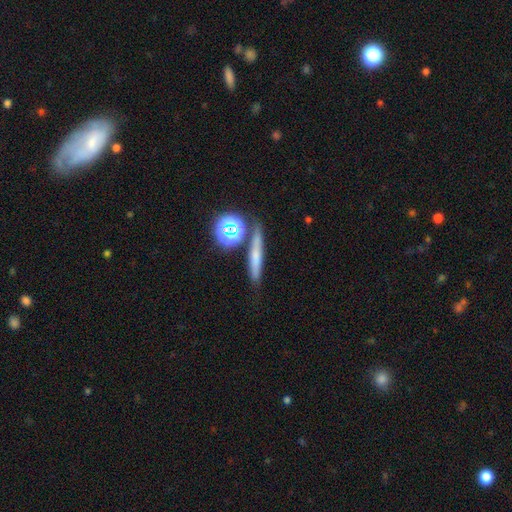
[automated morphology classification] Overall: smooth (55%; featured or disk 26%). How rounded: cigar-shaped (73%). Merging: none (77%).